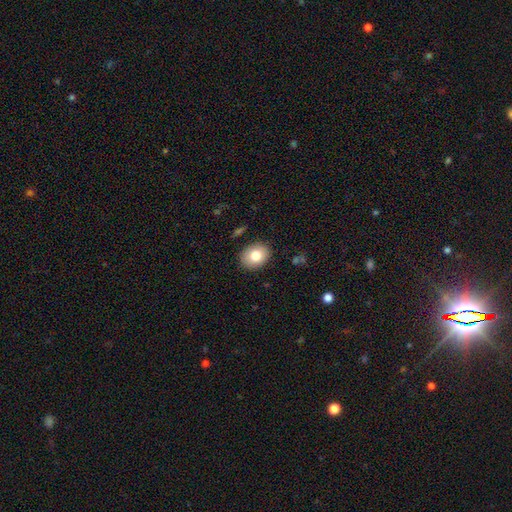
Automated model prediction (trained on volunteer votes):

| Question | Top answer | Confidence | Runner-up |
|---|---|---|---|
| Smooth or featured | smooth | 80% | featured or disk (12%) |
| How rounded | in between | 59% | round (40%) |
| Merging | none | 88% | minor disturbance (9%) |